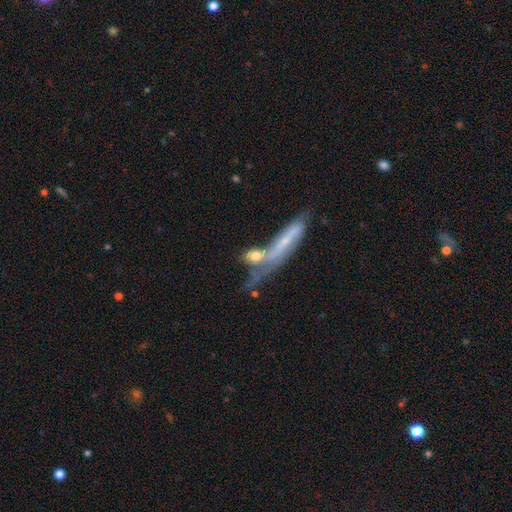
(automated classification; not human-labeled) Overall: smooth (58%; featured or disk 32%). How rounded: in between (51%; cigar-shaped 30%). Merging: merger (47%; none 26%).